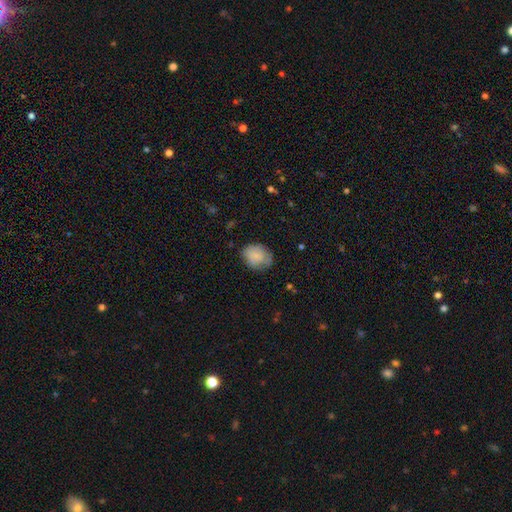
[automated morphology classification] smooth_or_featured: smooth (p=0.75) [alt: featured or disk p=0.17]
how_rounded: in between (p=0.52) [alt: round p=0.47]
merging: none (p=0.66) [alt: minor disturbance p=0.26]